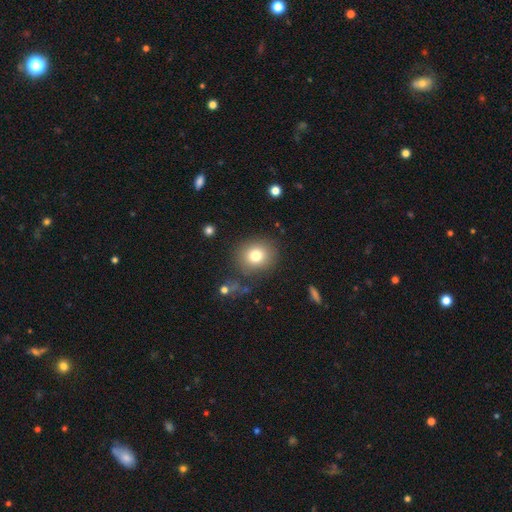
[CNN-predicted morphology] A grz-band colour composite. It shows a smooth galaxy with no disk features (78%) that is round (80%). Merging: none (81%).